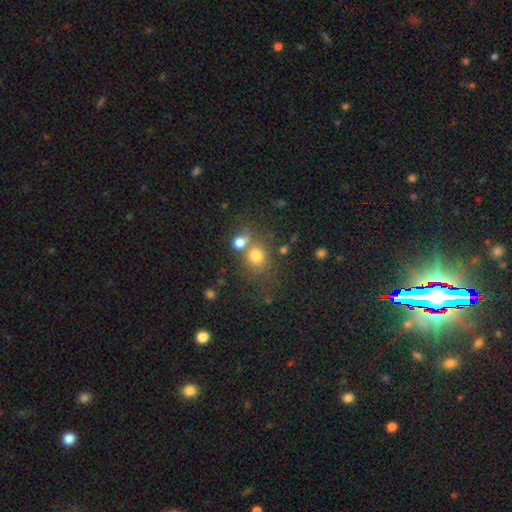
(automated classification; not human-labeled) Smooth or featured?
  - smooth: 75% *
  - star or artifact: 14%
  - featured or disk: 11%
How rounded?
  - round: 71% *
  - in between: 28%
  - cigar-shaped: 1%
Merging?
  - none: 46% *
  - merger: 37%
  - minor disturbance: 11%
  - major disturbance: 6%